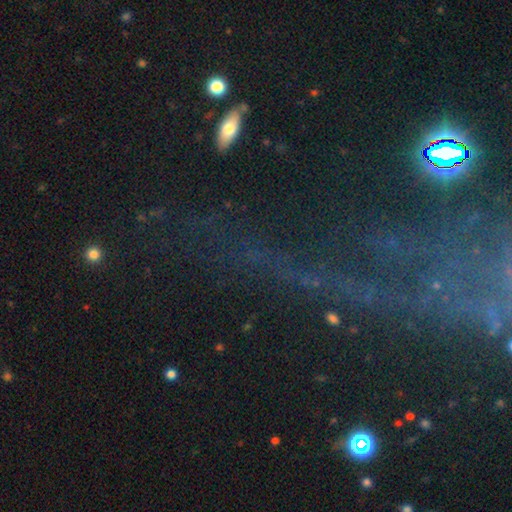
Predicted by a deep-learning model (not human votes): Smooth or featured: star or artifact — 44% (smooth — 29%)